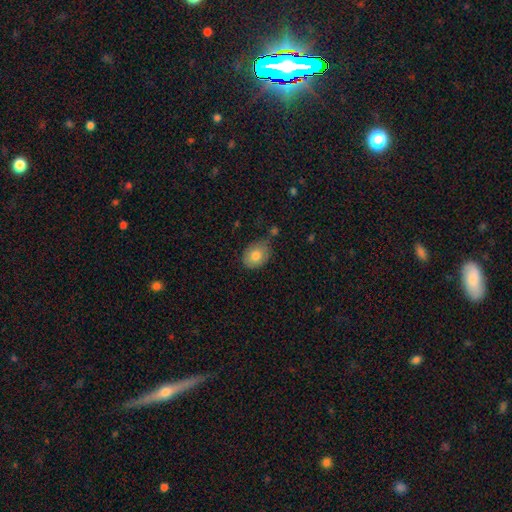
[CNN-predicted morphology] This appears to be a smooth galaxy with no disk features (80%) that is in between round and cigar-shaped (70%). Merging: none (64%).